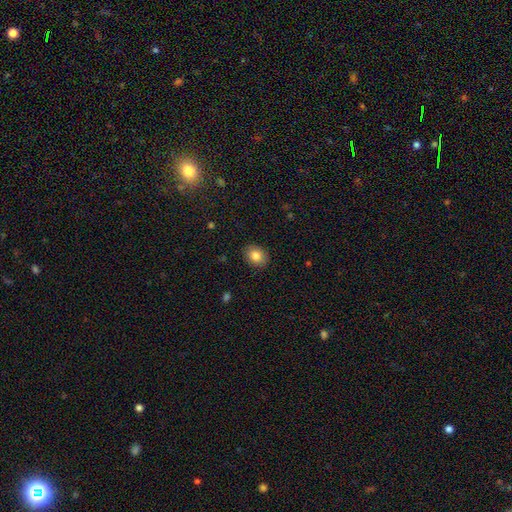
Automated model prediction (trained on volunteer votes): Overall: smooth (84%). How rounded: in between (53%; round 46%). Merging: none (89%).